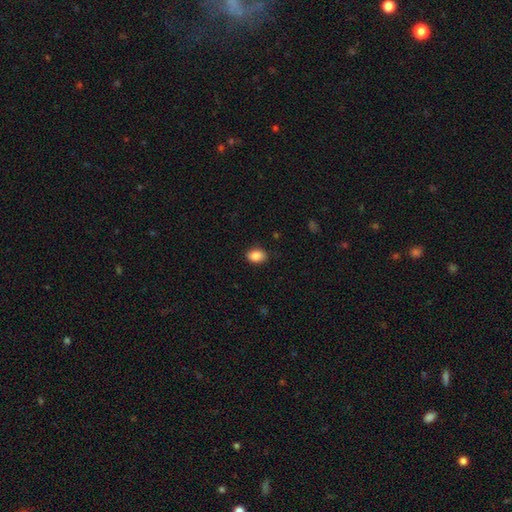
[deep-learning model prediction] smooth-or-featured: smooth: 88% | star or artifact: 8% | featured or disk: 4%
  how-rounded: in between: 78% | round: 21% | cigar-shaped: 1%
  merging: none: 87% | minor disturbance: 10% | major disturbance: 2% | merger: 1%